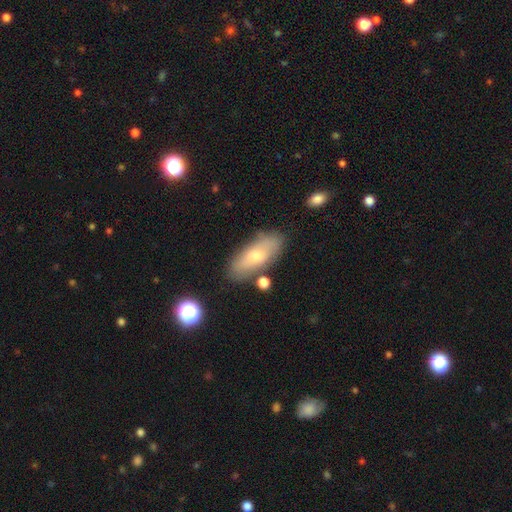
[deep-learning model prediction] This is possibly a smooth galaxy (60%). How rounded: likely in between (78%). Merging: likely none (77%).